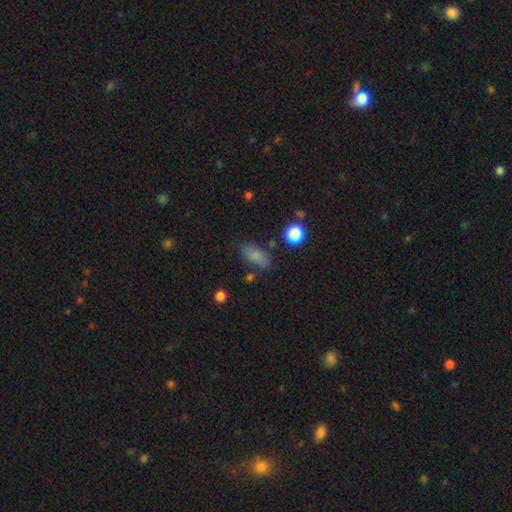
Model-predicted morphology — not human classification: smooth-or-featured: smooth: 80% | star or artifact: 11% | featured or disk: 9%
  how-rounded: in between: 85% | cigar-shaped: 8% | round: 7%
  merging: none: 72% | minor disturbance: 18% | major disturbance: 5% | merger: 5%